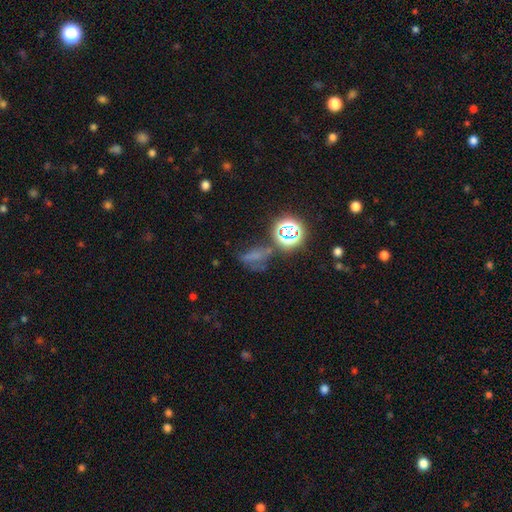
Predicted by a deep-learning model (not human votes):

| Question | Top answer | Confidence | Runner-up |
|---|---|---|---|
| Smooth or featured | star or artifact | 44% | smooth (39%) |